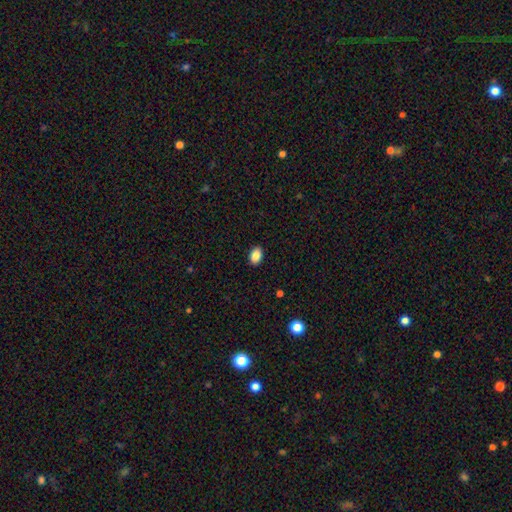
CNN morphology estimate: Smooth or featured: smooth — 88% (star or artifact — 8%)
How rounded: in between — 88% (round — 11%)
Merging: none — 90% (minor disturbance — 7%)